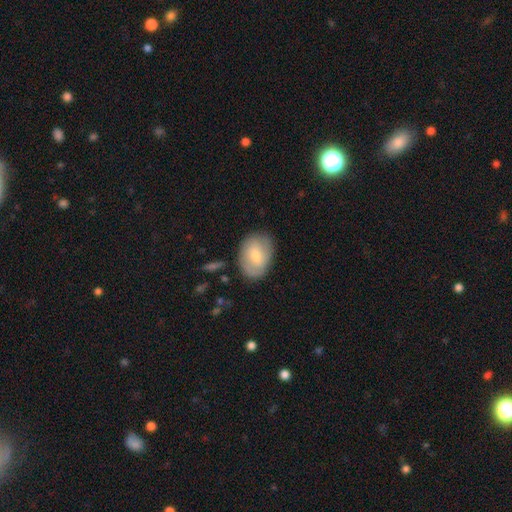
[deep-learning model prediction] This is possibly a smooth galaxy (58%). How rounded: likely in between (73%). Merging: likely none (78%).